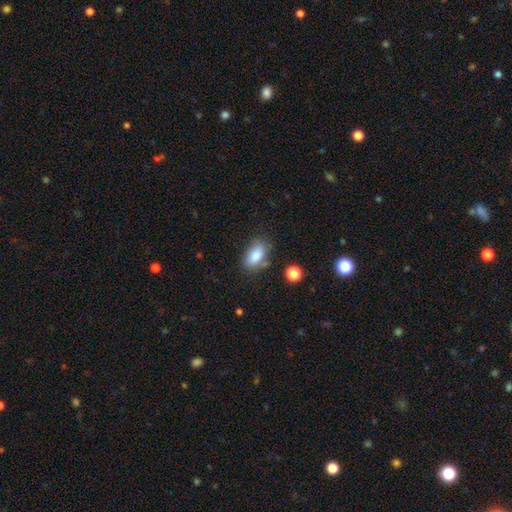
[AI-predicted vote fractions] smooth 84%, star or artifact 8%, featured or disk 8%. Down the decision tree: how rounded — in between (90%); merging — none (70%).